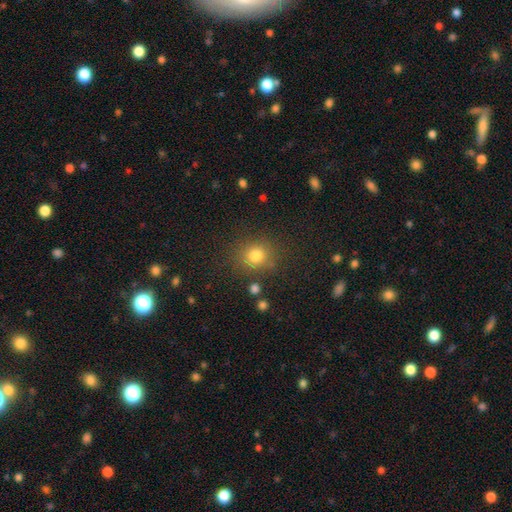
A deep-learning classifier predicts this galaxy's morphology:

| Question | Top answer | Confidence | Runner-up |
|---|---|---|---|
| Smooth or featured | smooth | 77% | star or artifact (15%) |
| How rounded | round | 81% | in between (19%) |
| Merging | none | 83% | minor disturbance (10%) |